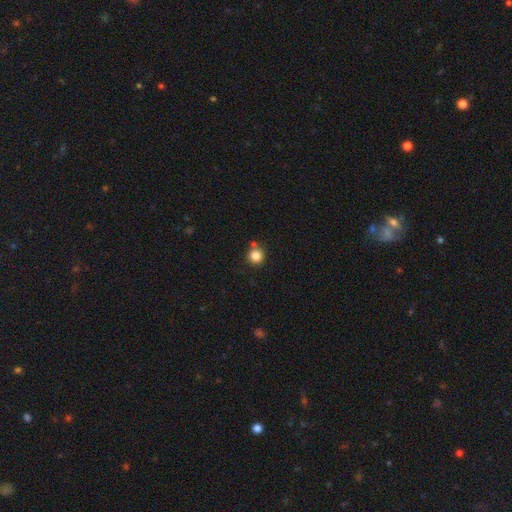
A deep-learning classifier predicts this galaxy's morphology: Smooth or featured?
  - smooth: 84% *
  - star or artifact: 11%
  - featured or disk: 5%
How rounded?
  - round: 93% *
  - in between: 6%
  - cigar-shaped: 1%
Merging?
  - none: 74% *
  - merger: 12%
  - minor disturbance: 11%
  - major disturbance: 3%